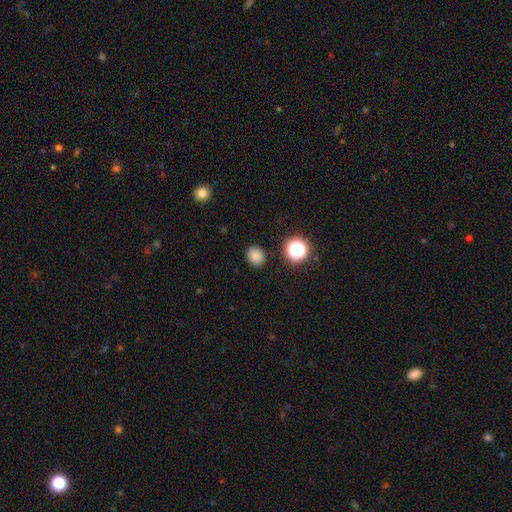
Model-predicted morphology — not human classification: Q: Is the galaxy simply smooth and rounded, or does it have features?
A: smooth — 81%.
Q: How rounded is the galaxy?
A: round — 68%.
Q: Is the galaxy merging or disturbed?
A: none — 87%.